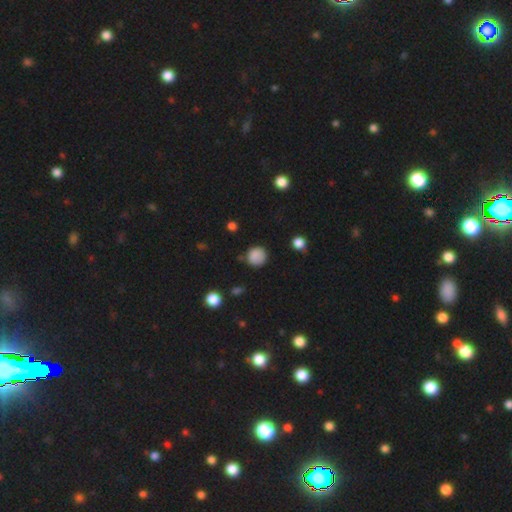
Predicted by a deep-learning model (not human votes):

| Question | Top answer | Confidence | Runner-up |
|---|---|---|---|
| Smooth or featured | smooth | 84% | star or artifact (11%) |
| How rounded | round | 89% | in between (10%) |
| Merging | none | 79% | minor disturbance (15%) |